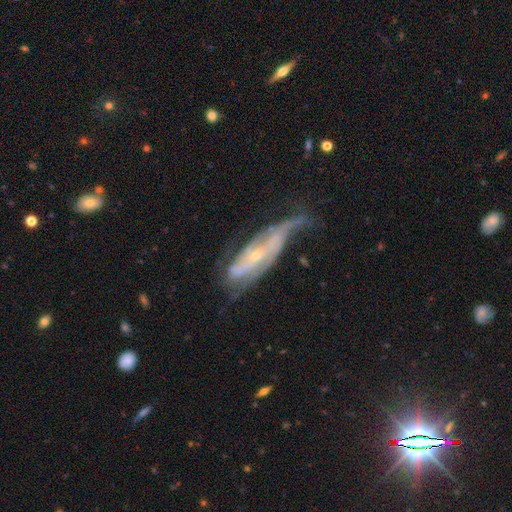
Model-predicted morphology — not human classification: The model was most divided on "spiral winding": medium: 39%, tight: 35%, loose: 26%. Remaining: spiral arms — yes (91%); edge-on disk — no (83%); smooth or featured — featured or disk (83%); bulge size — small (76%); spiral arm count — 2 (51%); bar — no (50%); merging — none (42%).